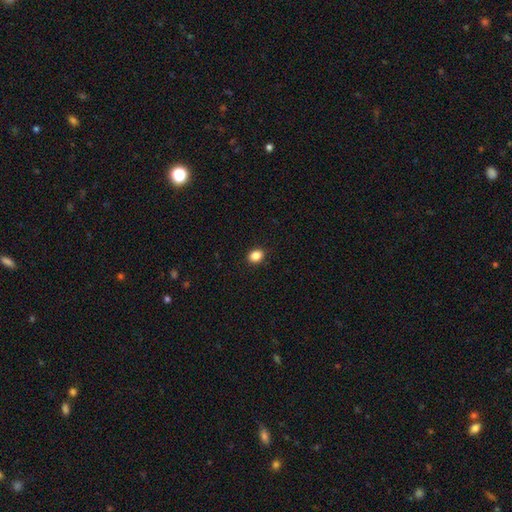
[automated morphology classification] Smooth or featured?
  - smooth: 86% *
  - star or artifact: 10%
  - featured or disk: 4%
How rounded?
  - in between: 51% *
  - round: 48%
  - cigar-shaped: 1%
Merging?
  - none: 91% *
  - minor disturbance: 7%
  - major disturbance: 2%
  - merger: 1%